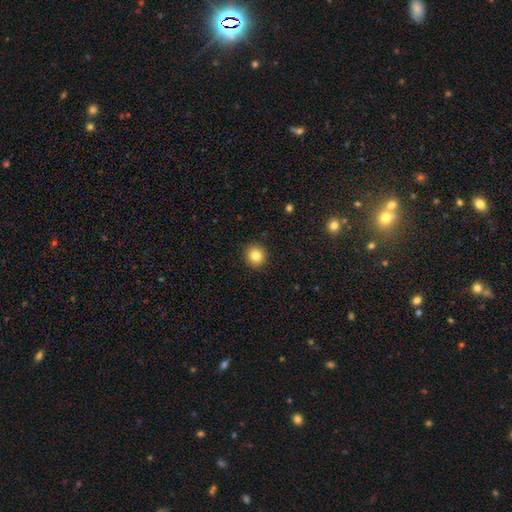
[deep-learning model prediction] This appears to be a smooth galaxy with no disk features (82%) that is round (93%). Merging: none (92%).